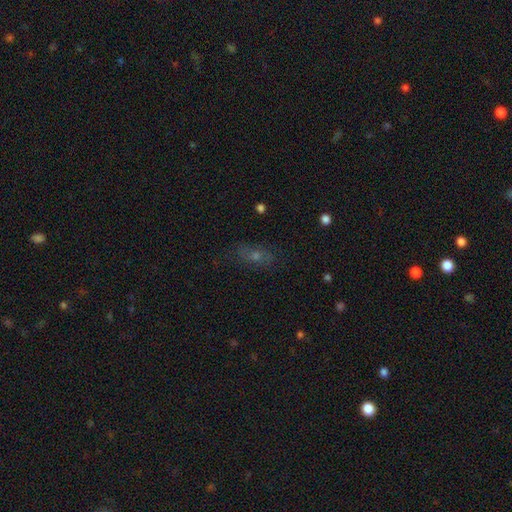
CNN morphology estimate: smooth_or_featured: smooth (p=0.39) [alt: featured or disk p=0.31]
merging: none (p=0.75) [alt: minor disturbance p=0.16]